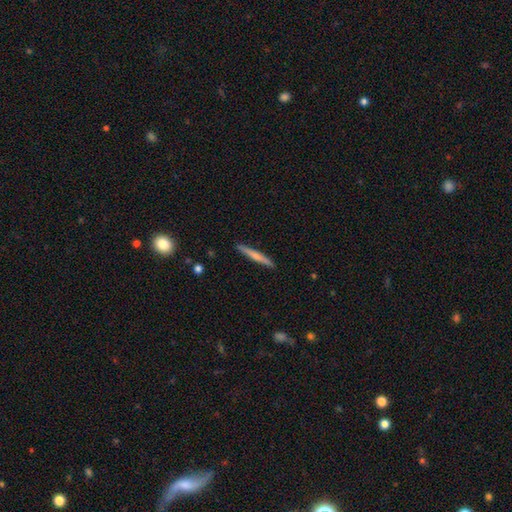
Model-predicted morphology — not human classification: smooth 53%, featured or disk 42%, star or artifact 5%. Down the decision tree: how rounded — cigar-shaped (96%); merging — none (91%).